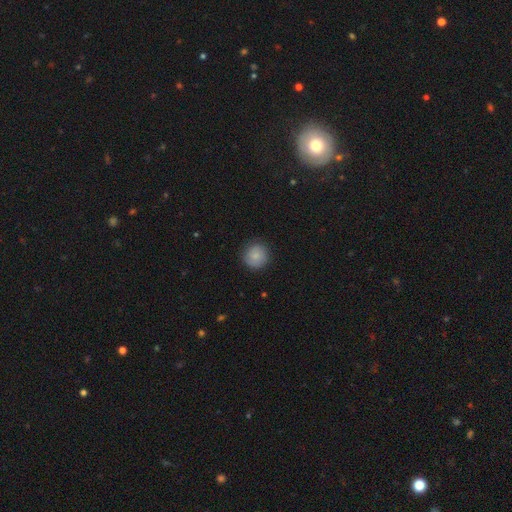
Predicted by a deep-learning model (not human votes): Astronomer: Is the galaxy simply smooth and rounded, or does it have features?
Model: smooth — 83%.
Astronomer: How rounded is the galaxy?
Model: round — 93%.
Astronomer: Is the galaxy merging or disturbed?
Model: none — 87%.